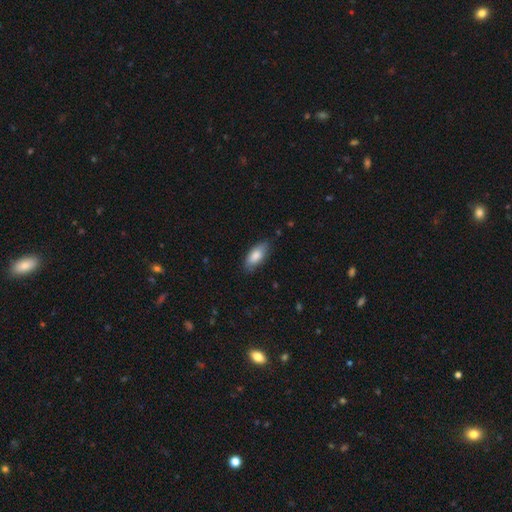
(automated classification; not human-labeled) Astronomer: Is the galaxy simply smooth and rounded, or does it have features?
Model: smooth — 82%.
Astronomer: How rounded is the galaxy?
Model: in between — 85%.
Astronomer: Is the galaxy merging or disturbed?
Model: none — 79%.